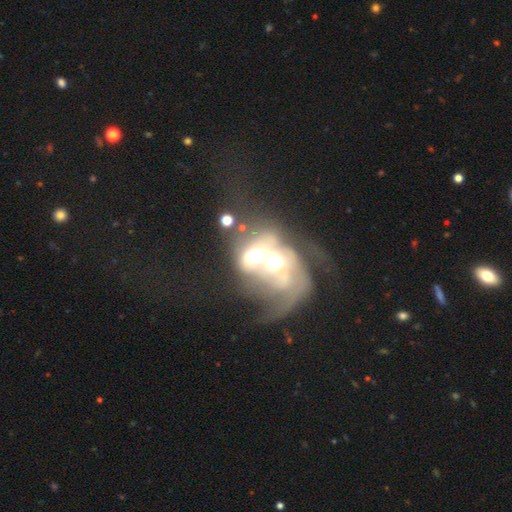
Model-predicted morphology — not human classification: smooth_or_featured: featured or disk (p=0.63) [alt: smooth p=0.26]
disk_edge_on: no (p=0.96) [alt: yes p=0.04]
bar: no (p=0.76) [alt: weak p=0.17]
has_spiral_arms: no (p=0.57) [alt: yes p=0.43]
bulge_size: moderate (p=0.54) [alt: large p=0.28]
merging: merger (p=0.71) [alt: major disturbance p=0.17]